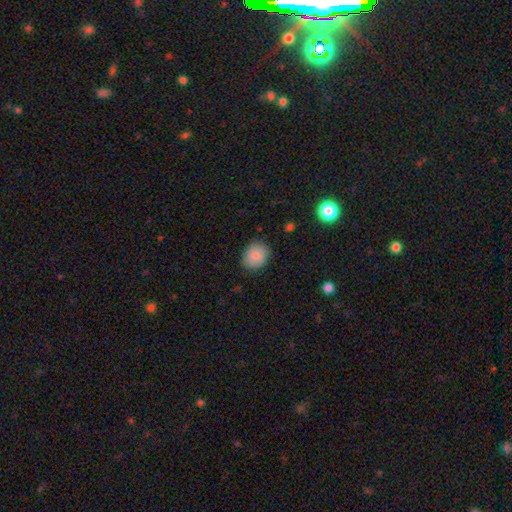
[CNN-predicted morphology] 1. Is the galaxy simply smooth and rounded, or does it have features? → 85% smooth, 8% star or artifact, 7% featured or disk.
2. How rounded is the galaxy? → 63% round, 36% in between, 1% cigar-shaped.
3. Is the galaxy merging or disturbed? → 82% none, 14% minor disturbance, 3% major disturbance, 1% merger.